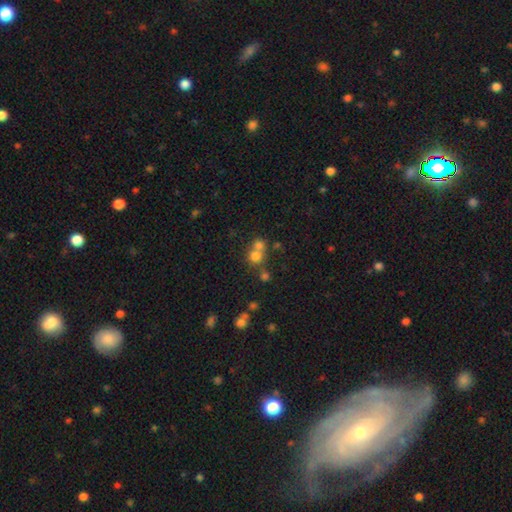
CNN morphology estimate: smooth-or-featured: smooth: 70% | star or artifact: 17% | featured or disk: 13%
  how-rounded: round: 86% | in between: 13% | cigar-shaped: 1%
  merging: merger: 50% | none: 42% | minor disturbance: 5% | major disturbance: 3%